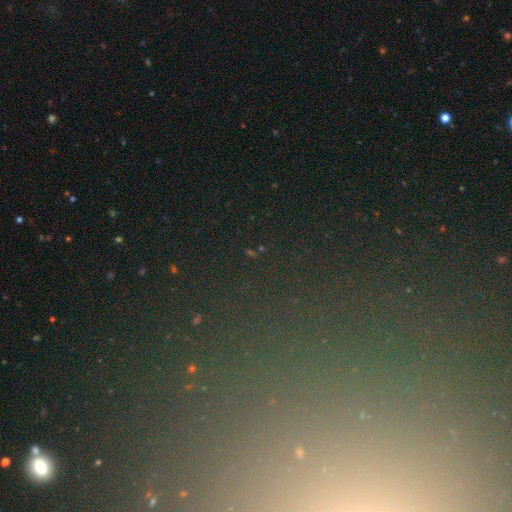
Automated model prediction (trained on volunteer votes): This is likely a star or artifact rather than a galaxy (71%).